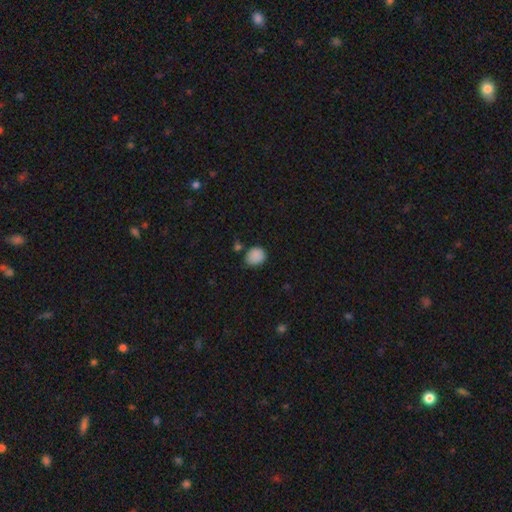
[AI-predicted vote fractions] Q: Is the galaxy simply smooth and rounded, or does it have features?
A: smooth — 86%.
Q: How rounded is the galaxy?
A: round — 64%.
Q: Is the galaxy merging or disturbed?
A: none — 65%.